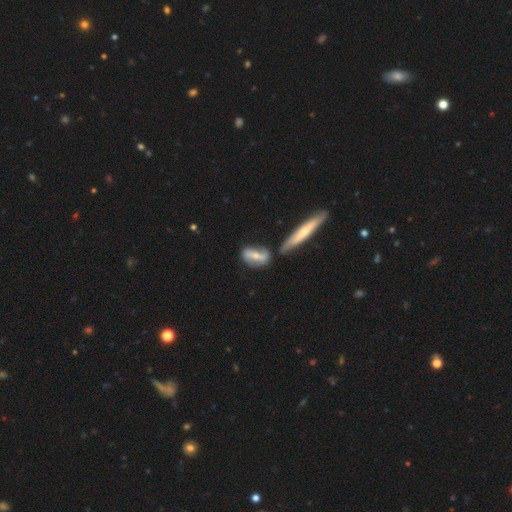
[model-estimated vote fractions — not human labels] Smooth or featured?
  - featured or disk: 60% *
  - smooth: 33%
  - star or artifact: 7%
Edge-on disk?
  - no: 79% *
  - yes: 21%
Merging?
  - none: 59% *
  - minor disturbance: 18%
  - merger: 17%
  - major disturbance: 6%